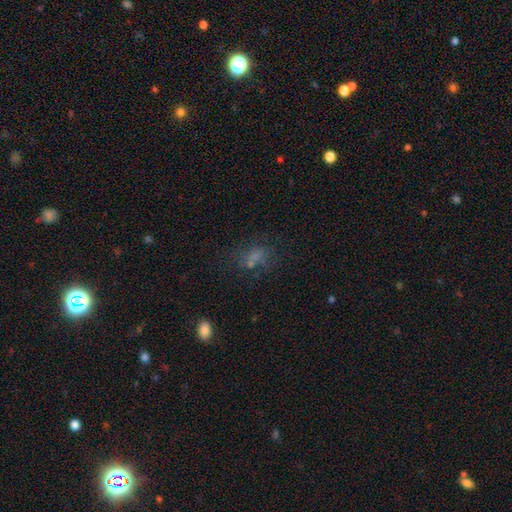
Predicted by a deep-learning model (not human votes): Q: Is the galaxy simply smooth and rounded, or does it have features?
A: smooth — 51%.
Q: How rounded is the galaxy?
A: in between — 68%.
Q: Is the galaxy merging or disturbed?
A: none — 57%.